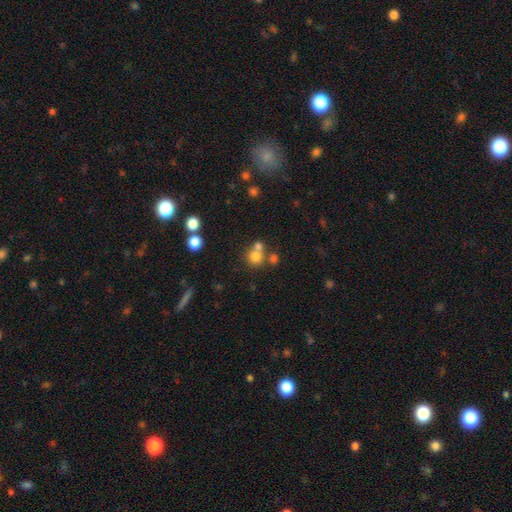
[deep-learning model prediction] smooth-or-featured: smooth: 74% | star or artifact: 15% | featured or disk: 11%
  how-rounded: round: 87% | in between: 12% | cigar-shaped: 1%
  merging: none: 53% | merger: 36% | minor disturbance: 7% | major disturbance: 3%